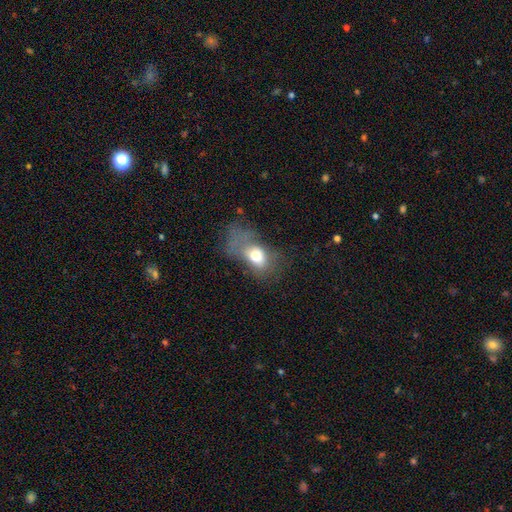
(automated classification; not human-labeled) Q: Smooth or featured?
A: smooth (66%); runner-up: featured or disk (23%)
Q: How rounded?
A: in between (79%); runner-up: round (19%)
Q: Merging?
A: major disturbance (50%); runner-up: none (23%)